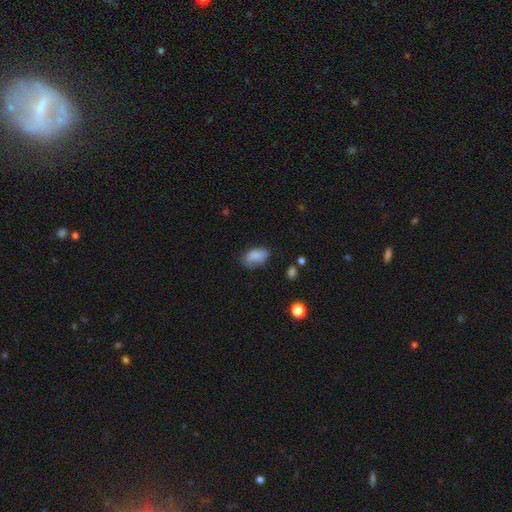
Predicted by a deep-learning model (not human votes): smooth 84%, star or artifact 8%, featured or disk 8%. Down the decision tree: how rounded — in between (91%); merging — none (61%).